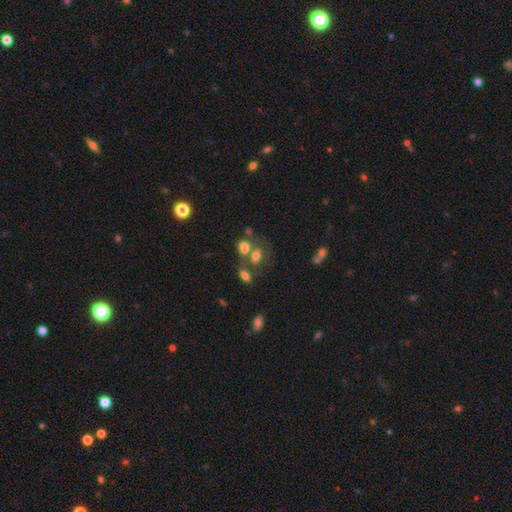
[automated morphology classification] smooth-or-featured: smooth: 65% | featured or disk: 21% | star or artifact: 14%
  how-rounded: in between: 59% | round: 39% | cigar-shaped: 2%
  merging: merger: 45% | none: 35% | minor disturbance: 12% | major disturbance: 9%